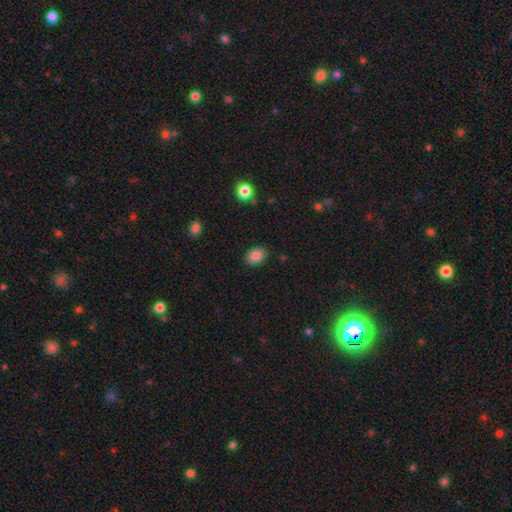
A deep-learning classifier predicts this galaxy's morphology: smooth 86%, star or artifact 9%, featured or disk 5%. Down the decision tree: how rounded — in between (73%); merging — none (86%).